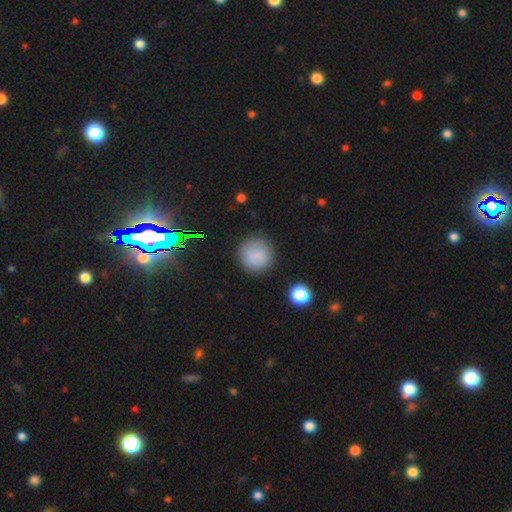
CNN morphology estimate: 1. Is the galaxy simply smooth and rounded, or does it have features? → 84% smooth, 10% star or artifact, 6% featured or disk.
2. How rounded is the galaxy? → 94% round, 5% in between, 1% cigar-shaped.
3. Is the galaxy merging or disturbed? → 85% none, 10% minor disturbance, 3% major disturbance, 2% merger.